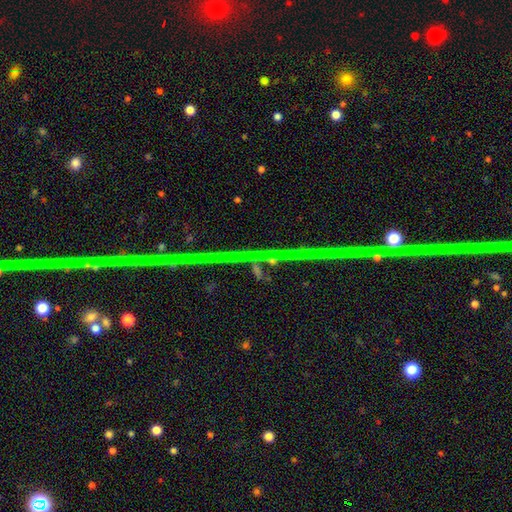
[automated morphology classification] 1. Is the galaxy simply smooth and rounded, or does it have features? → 75% star or artifact, 17% featured or disk, 8% smooth.